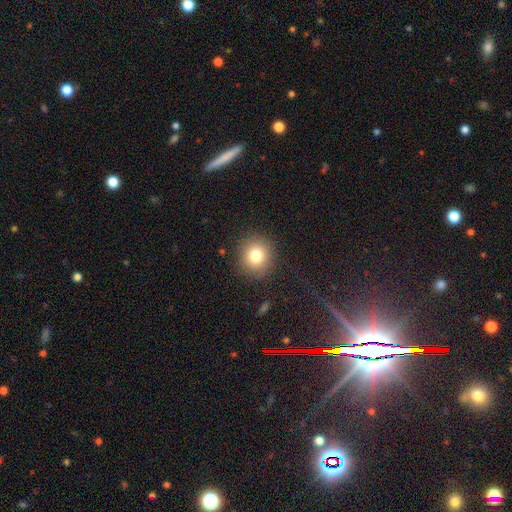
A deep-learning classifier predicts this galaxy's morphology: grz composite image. It shows a smooth galaxy with no disk features (79%) that is round (89%). Merging: none (88%).